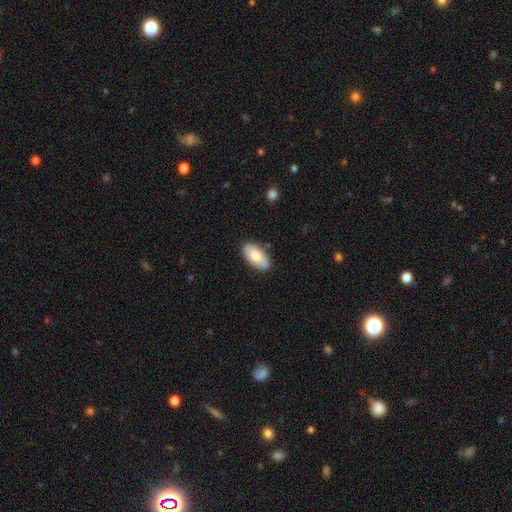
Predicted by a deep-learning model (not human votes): A smooth galaxy with no disk features (80%) that is in between round and cigar-shaped (94%). Merging: none (84%).